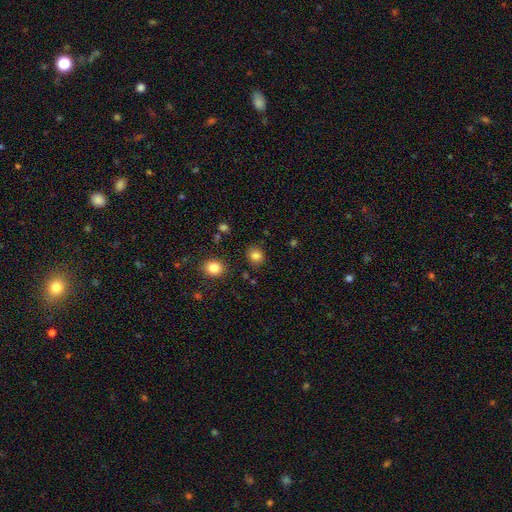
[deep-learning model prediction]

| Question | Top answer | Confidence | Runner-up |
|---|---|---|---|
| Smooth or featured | smooth | 83% | star or artifact (12%) |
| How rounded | round | 78% | in between (22%) |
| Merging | none | 85% | minor disturbance (9%) |